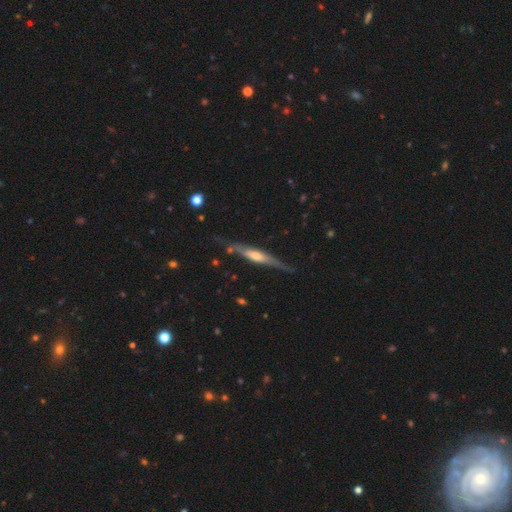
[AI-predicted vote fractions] Smooth or featured? featured or disk (69%)
Edge-on disk? yes (90%)
Edge-on bulge? rounded (61%)
Merging? none (70%)